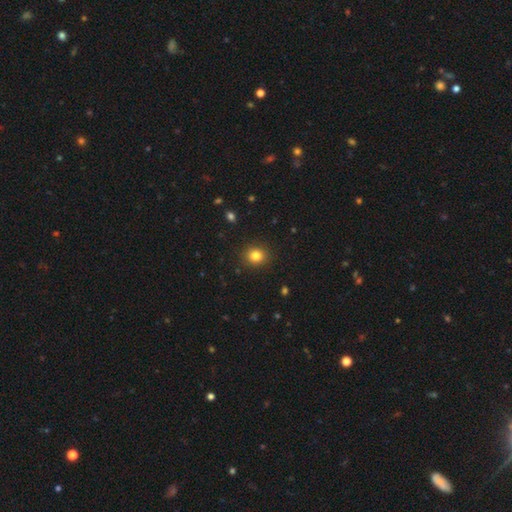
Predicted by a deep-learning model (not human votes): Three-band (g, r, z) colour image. It shows a smooth galaxy with no disk features (82%) that is round (81%). Merging: none (90%).